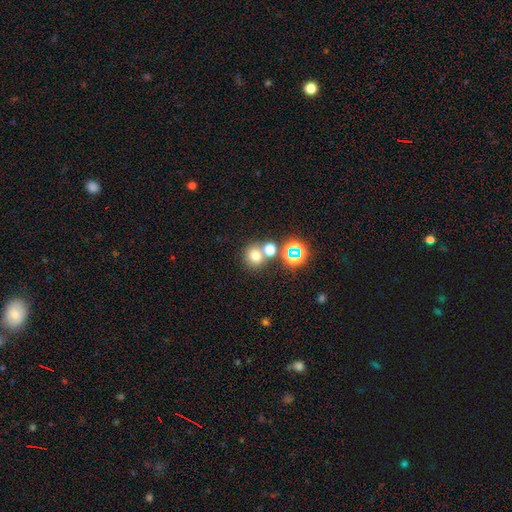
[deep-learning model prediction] Morphology: type=smooth (69%); roundness=round (83%); merging=none (56%).